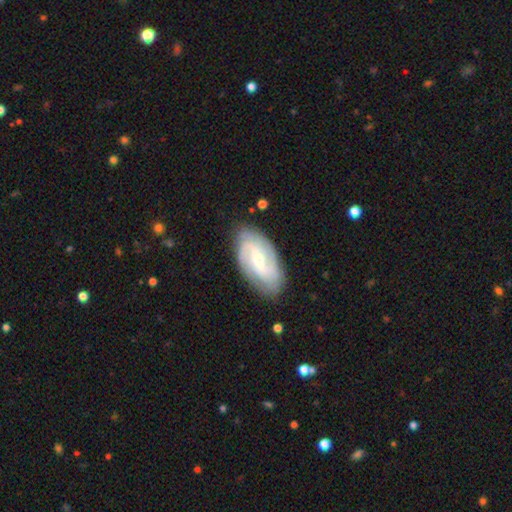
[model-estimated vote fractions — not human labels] A featured or disk galaxy (82%) with a weak bar (48%), 2 (62%) tight (44%) spiral arms (95%) and a small central bulge (57%). Merging: none (83%).